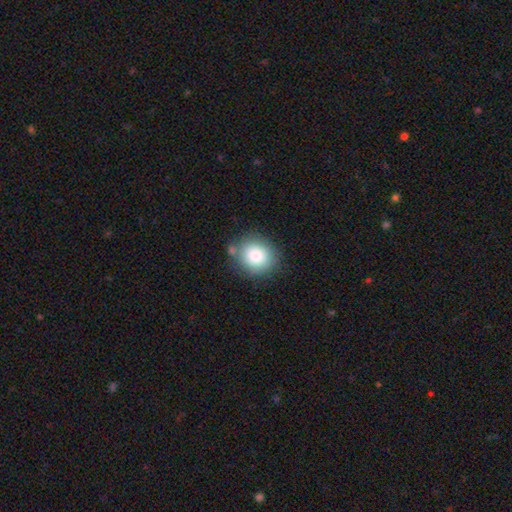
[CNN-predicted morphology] smooth 82%, featured or disk 9%, star or artifact 9%. Down the decision tree: how rounded — round (77%); merging — none (77%).